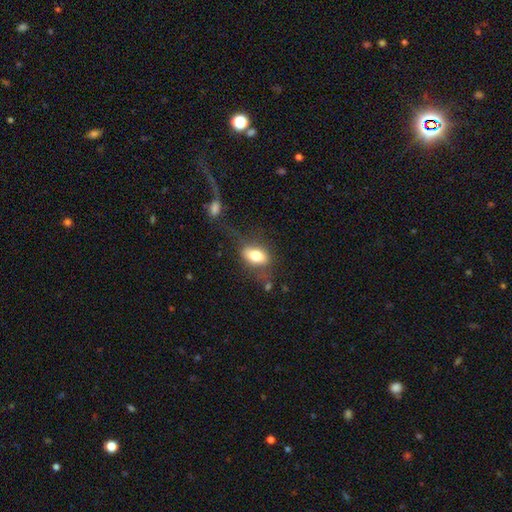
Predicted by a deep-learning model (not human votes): smooth-or-featured: smooth: 74% | featured or disk: 19% | star or artifact: 7%
  how-rounded: in between: 87% | round: 9% | cigar-shaped: 4%
  merging: none: 54% | minor disturbance: 22% | major disturbance: 18% | merger: 6%